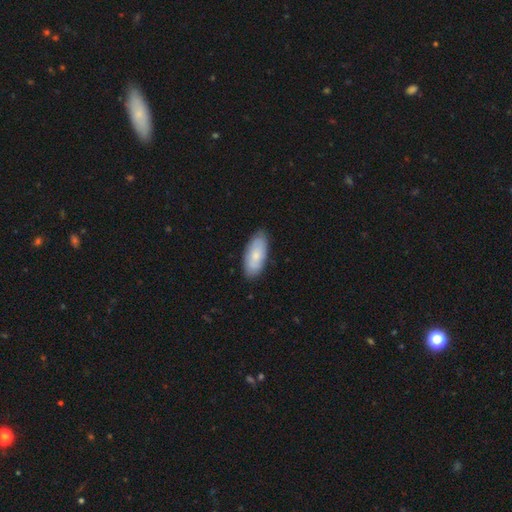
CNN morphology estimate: This appears to be a smooth galaxy with no disk features (71%) that is in between round and cigar-shaped (88%). Merging: none (82%).